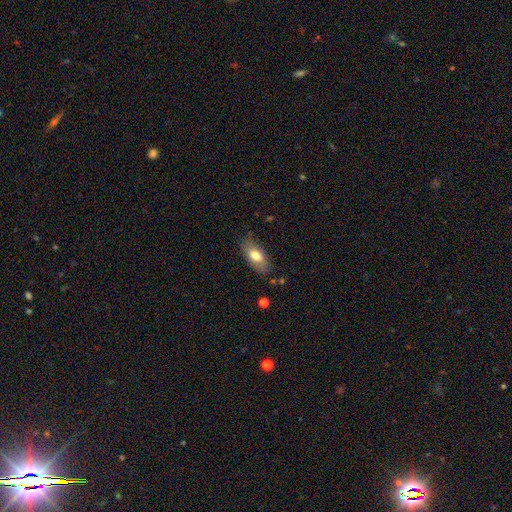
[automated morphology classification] Smooth or featured?
  - smooth: 73% *
  - featured or disk: 20%
  - star or artifact: 7%
How rounded?
  - in between: 85% *
  - cigar-shaped: 11%
  - round: 4%
Merging?
  - none: 79% *
  - minor disturbance: 15%
  - major disturbance: 4%
  - merger: 2%